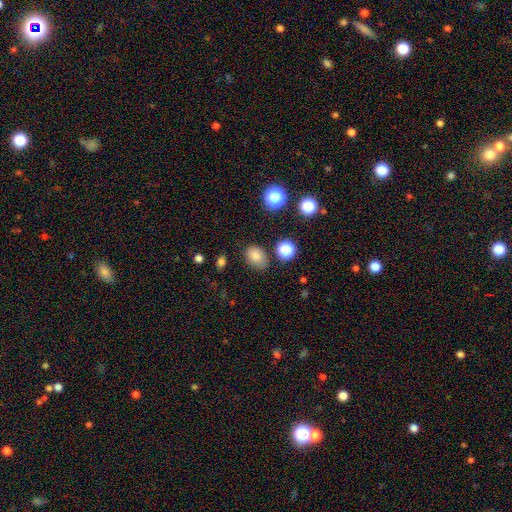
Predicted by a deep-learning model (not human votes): Overall: smooth (80%). How rounded: in between (68%; round 31%). Merging: none (72%).